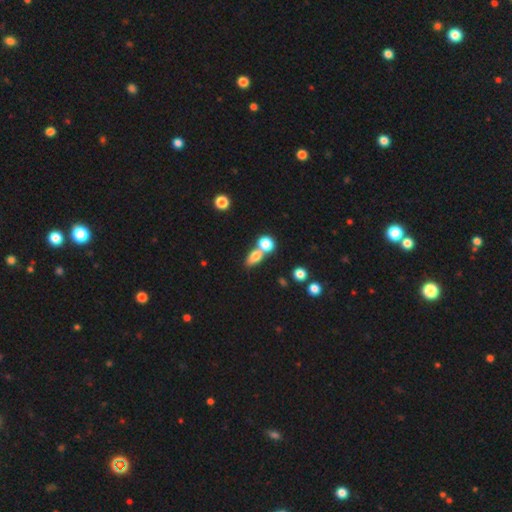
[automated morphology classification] Smooth or featured? Predicted: smooth (p=0.76). How rounded? Predicted: in between (p=0.67). Merging? Predicted: merger (p=0.51).